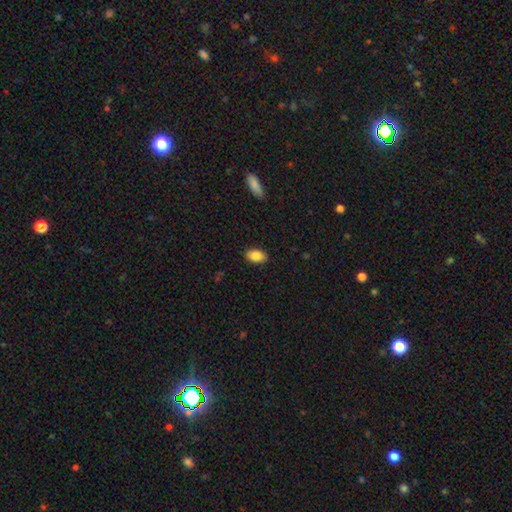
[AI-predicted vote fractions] smooth 88%, star or artifact 7%, featured or disk 5%. Down the decision tree: how rounded — in between (91%); merging — none (88%).